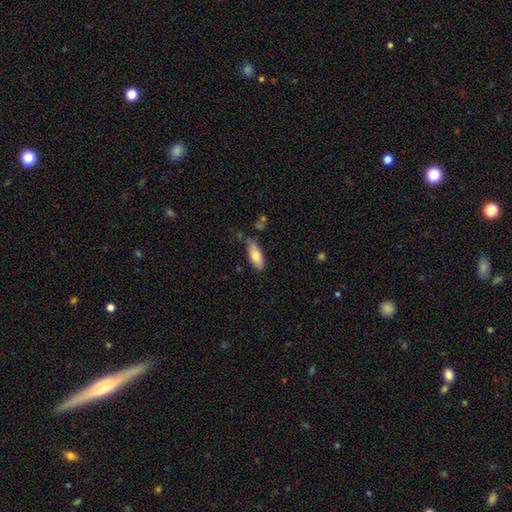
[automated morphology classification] Overall: smooth (81%). How rounded: in between (74%). Merging: none (63%; minor disturbance 25%).